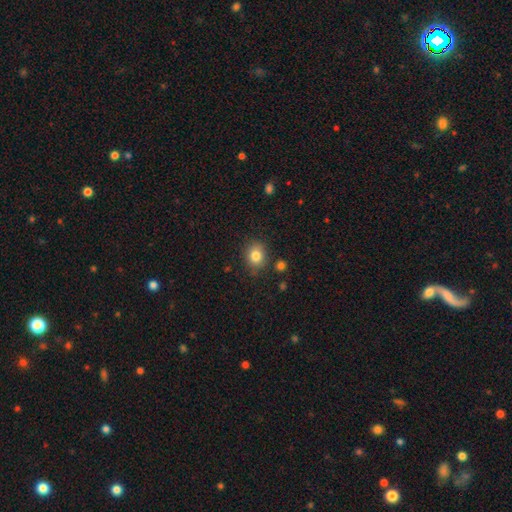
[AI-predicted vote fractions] This is clearly a smooth galaxy (83%). How rounded: likely round (67%). Merging: clearly none (83%).